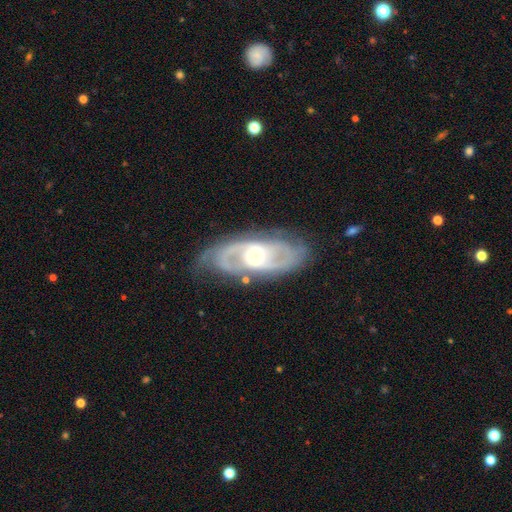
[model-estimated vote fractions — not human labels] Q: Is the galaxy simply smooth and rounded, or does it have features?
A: featured or disk — 85%.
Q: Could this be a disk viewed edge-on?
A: no — 93%.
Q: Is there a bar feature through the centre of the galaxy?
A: no — 51%.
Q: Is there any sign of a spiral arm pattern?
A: yes — 88%.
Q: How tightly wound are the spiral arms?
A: medium — 45%.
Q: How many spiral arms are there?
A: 2 — 80%.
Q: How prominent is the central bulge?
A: moderate — 71%.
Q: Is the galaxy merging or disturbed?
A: none — 73%.